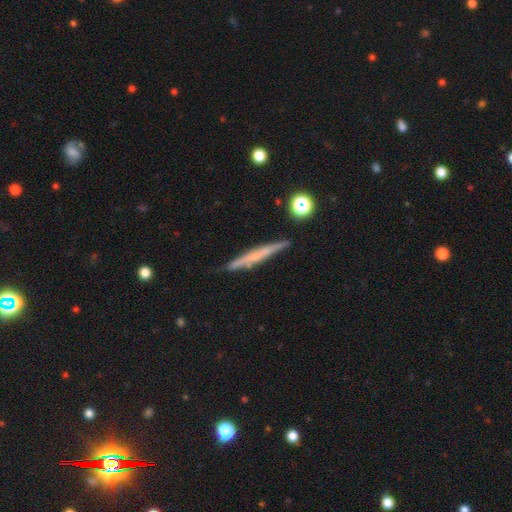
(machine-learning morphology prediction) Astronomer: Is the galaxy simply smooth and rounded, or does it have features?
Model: featured or disk — 52% (runner-up: smooth, 40%).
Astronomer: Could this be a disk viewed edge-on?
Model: yes — 96%.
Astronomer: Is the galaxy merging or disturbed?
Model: none — 86%.